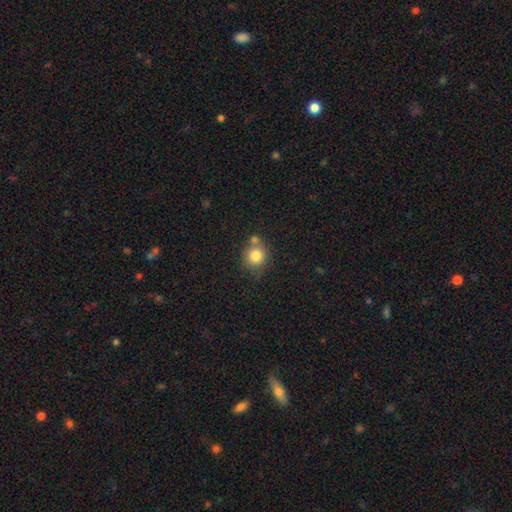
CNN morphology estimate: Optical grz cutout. It shows a smooth galaxy with no disk features (81%) that is round (88%). Merging: none (58%).